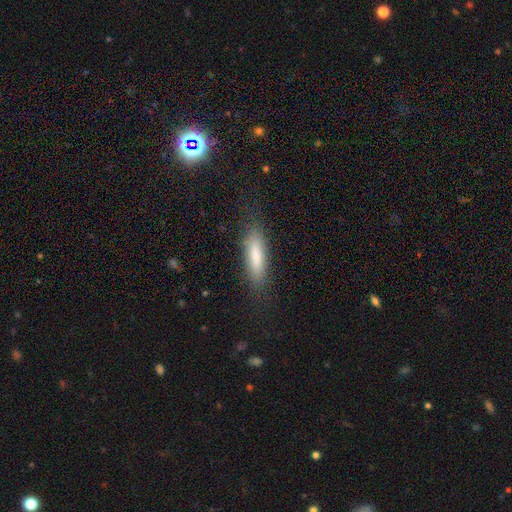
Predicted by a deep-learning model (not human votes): Overall: smooth (78%). How rounded: cigar-shaped (65%; in between 33%). Merging: none (82%).